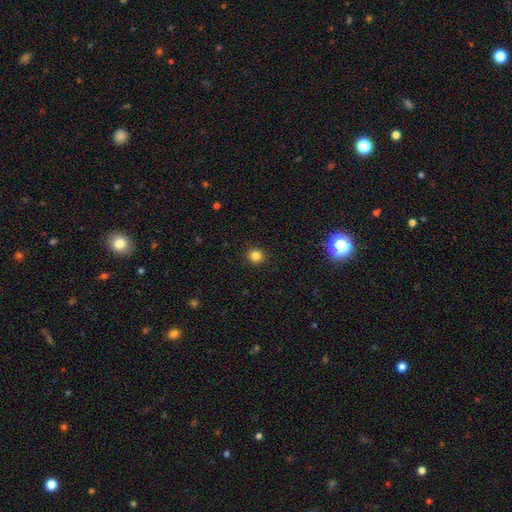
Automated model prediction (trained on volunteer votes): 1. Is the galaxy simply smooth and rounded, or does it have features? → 82% smooth, 13% star or artifact, 4% featured or disk.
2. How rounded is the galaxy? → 92% round, 7% in between, 1% cigar-shaped.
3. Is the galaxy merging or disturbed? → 92% none, 5% minor disturbance, 2% major disturbance, 1% merger.